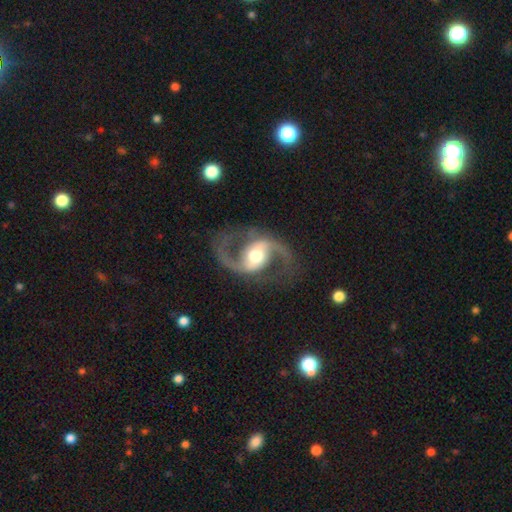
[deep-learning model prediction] Smooth or featured?
  - featured or disk: 92% *
  - star or artifact: 4%
  - smooth: 4%
Edge-on disk?
  - no: 98% *
  - yes: 2%
Bar?
  - weak: 37% *
  - strong: 35%
  - no: 28%
Spiral arms?
  - yes: 97% *
  - no: 3%
Spiral winding?
  - medium: 51% *
  - loose: 42%
  - tight: 7%
Spiral arm count?
  - 2: 95% *
  - can't tell: 1%
  - 1: 1%
  - 3: 1%
  - 4: 1%
  - more than 4: 1%
Bulge size?
  - moderate: 62% *
  - large: 26%
  - small: 8%
  - dominant: 3%
  - none: 1%
Merging?
  - none: 80% *
  - minor disturbance: 11%
  - major disturbance: 8%
  - merger: 1%